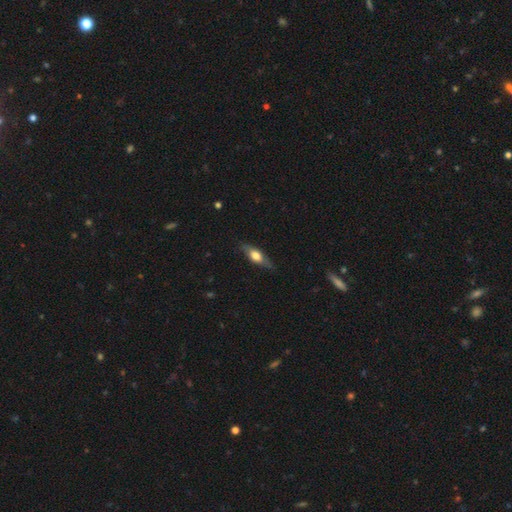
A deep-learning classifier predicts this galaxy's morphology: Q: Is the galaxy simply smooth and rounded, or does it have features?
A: smooth — 50%.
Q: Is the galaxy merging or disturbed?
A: none — 78%.